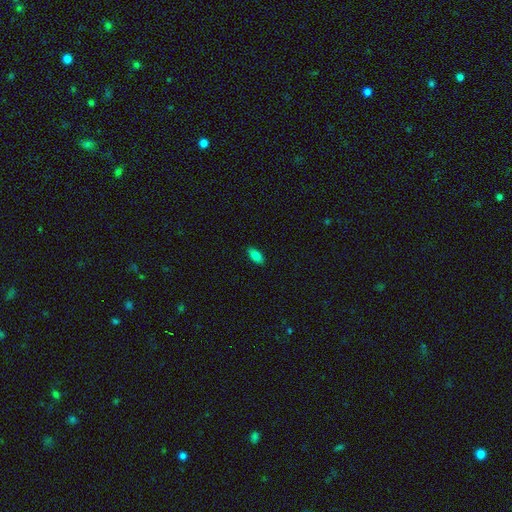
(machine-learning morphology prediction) A smooth galaxy with no disk features (83%) that is in between round and cigar-shaped (88%).

Vote fractions:
- Smooth or featured? smooth: 83% / featured or disk: 9% / star or artifact: 8%
- How rounded? in between: 88% / cigar-shaped: 9% / round: 3%
- Merging? none: 89% / minor disturbance: 9% / major disturbance: 2% / merger: 1%